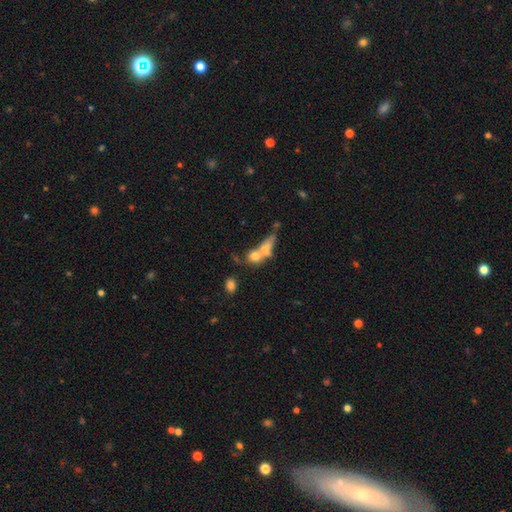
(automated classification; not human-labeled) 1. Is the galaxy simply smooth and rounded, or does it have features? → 63% smooth, 25% featured or disk, 12% star or artifact.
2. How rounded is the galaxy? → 43% round, 41% in between, 16% cigar-shaped.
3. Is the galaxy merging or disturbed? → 56% merger, 26% none, 9% minor disturbance, 9% major disturbance.